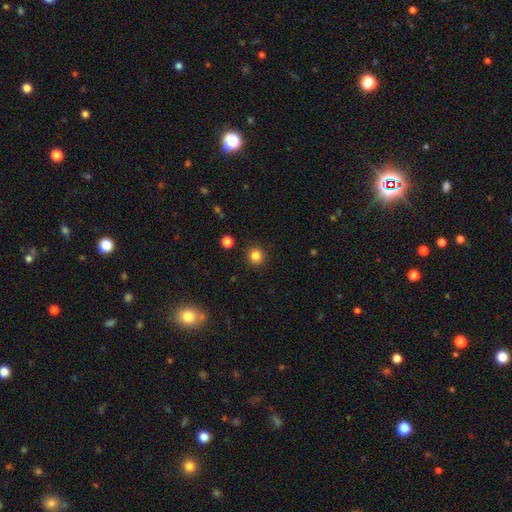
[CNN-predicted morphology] Smooth or featured? Predicted: smooth (p=0.84). How rounded? Predicted: round (p=0.92). Merging? Predicted: none (p=0.91).